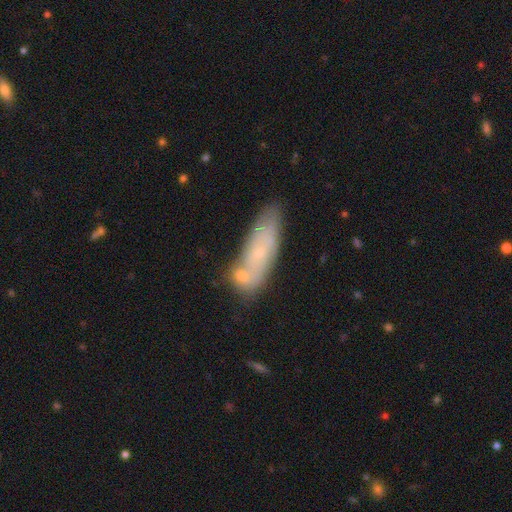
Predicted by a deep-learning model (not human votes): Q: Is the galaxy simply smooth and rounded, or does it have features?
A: smooth — 45%.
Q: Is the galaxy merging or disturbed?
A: none — 56%.